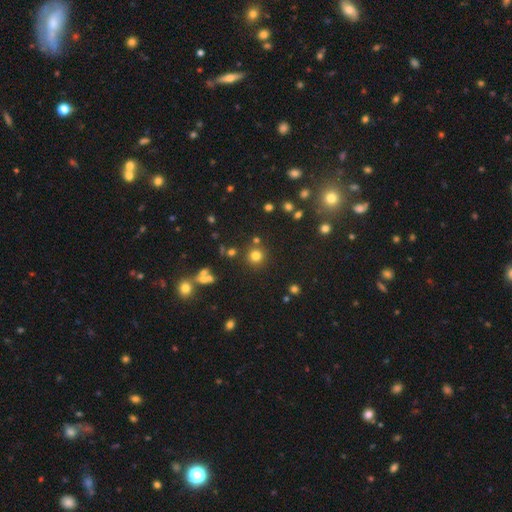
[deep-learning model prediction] Q: Smooth or featured?
A: smooth (75%); runner-up: star or artifact (18%)
Q: How rounded?
A: round (93%); runner-up: in between (6%)
Q: Merging?
A: none (83%); runner-up: minor disturbance (7%)